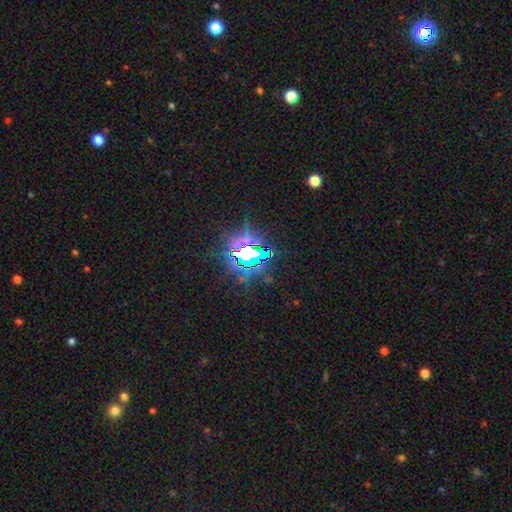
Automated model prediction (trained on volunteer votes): A star or artifact, not a galaxy (80%).

Vote fractions:
- Smooth or featured? star or artifact: 80% / featured or disk: 10% / smooth: 10%